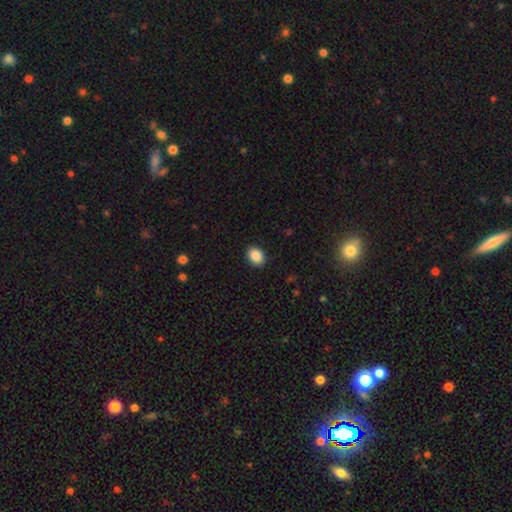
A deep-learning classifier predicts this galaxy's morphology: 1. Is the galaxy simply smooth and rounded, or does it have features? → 88% smooth, 8% star or artifact, 4% featured or disk.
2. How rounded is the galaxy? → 63% in between, 36% round, 1% cigar-shaped.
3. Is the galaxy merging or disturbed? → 90% none, 7% minor disturbance, 2% major disturbance, 1% merger.